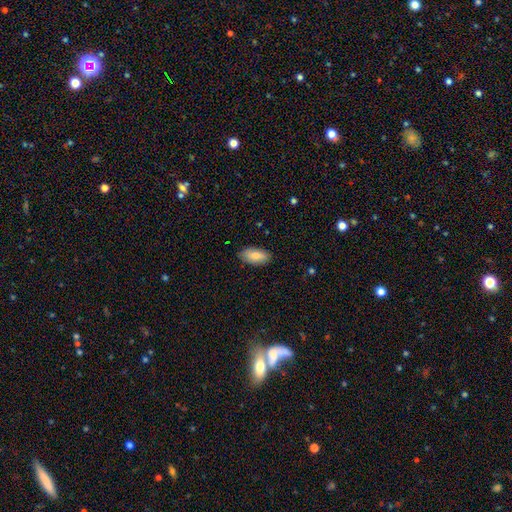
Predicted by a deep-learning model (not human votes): Smooth or featured?
  - smooth: 80% *
  - featured or disk: 14%
  - star or artifact: 6%
How rounded?
  - in between: 92% *
  - cigar-shaped: 5%
  - round: 3%
Merging?
  - none: 86% *
  - minor disturbance: 11%
  - major disturbance: 2%
  - merger: 1%